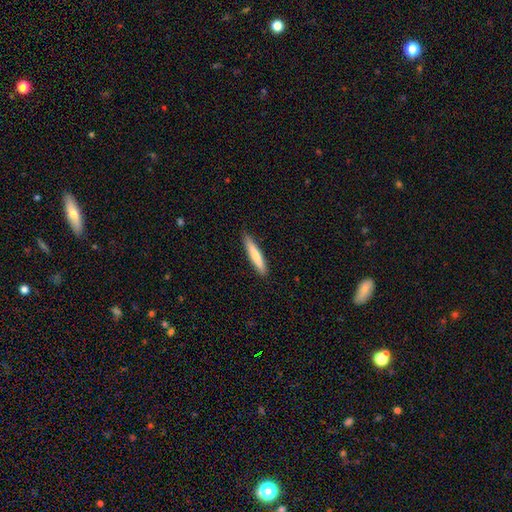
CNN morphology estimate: The model was most divided on "smooth or featured": smooth: 70%, featured or disk: 25%, star or artifact: 5%. More confident: how rounded — cigar-shaped (91%); merging — none (88%).